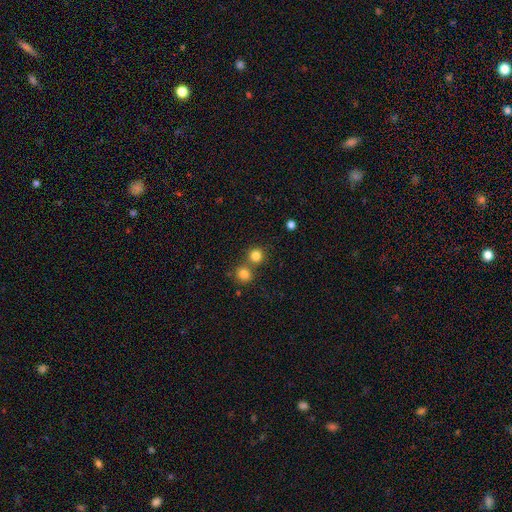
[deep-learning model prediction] smooth 81%, star or artifact 13%, featured or disk 5%. Down the decision tree: how rounded — round (92%); merging — none (65%).